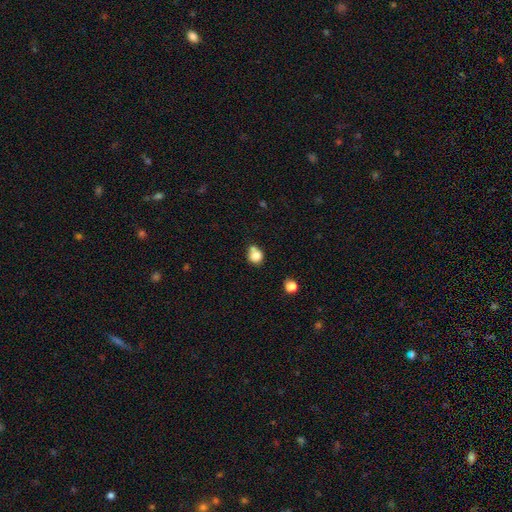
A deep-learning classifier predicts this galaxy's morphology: type=smooth (80%); roundness=round (80%); merging=none (51%).